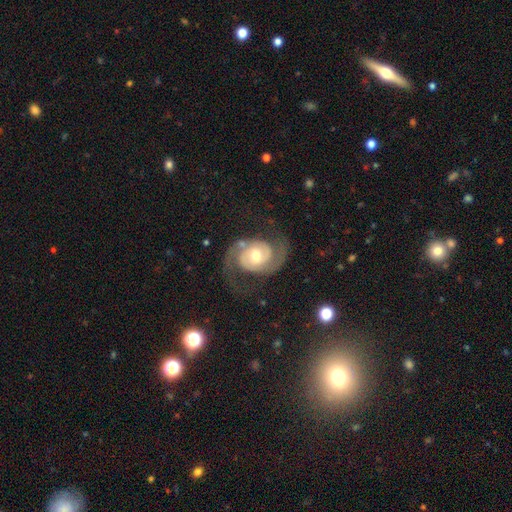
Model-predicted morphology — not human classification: Q: Smooth or featured?
A: featured or disk (89%); runner-up: smooth (6%)
Q: Edge-on disk?
A: no (98%); runner-up: yes (2%)
Q: Bar?
A: no (58%); runner-up: weak (33%)
Q: Spiral arms?
A: yes (97%); runner-up: no (3%)
Q: Spiral winding?
A: medium (51%); runner-up: tight (31%)
Q: Spiral arm count?
A: 2 (92%); runner-up: can't tell (3%)
Q: Bulge size?
A: moderate (67%); runner-up: small (25%)
Q: Merging?
A: none (73%); runner-up: minor disturbance (14%)